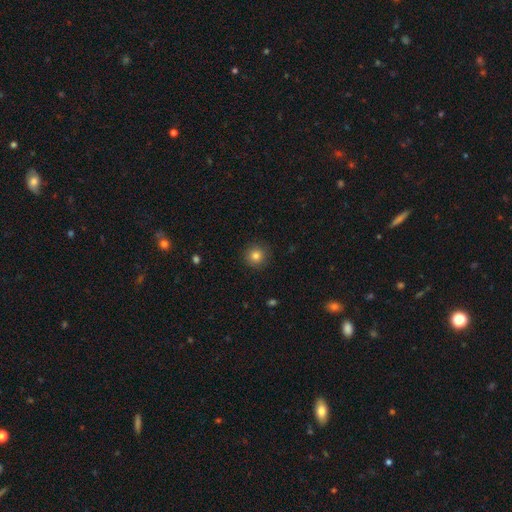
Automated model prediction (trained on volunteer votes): This appears to be a smooth galaxy with no disk features (82%) that is round (94%). Merging: none (90%).